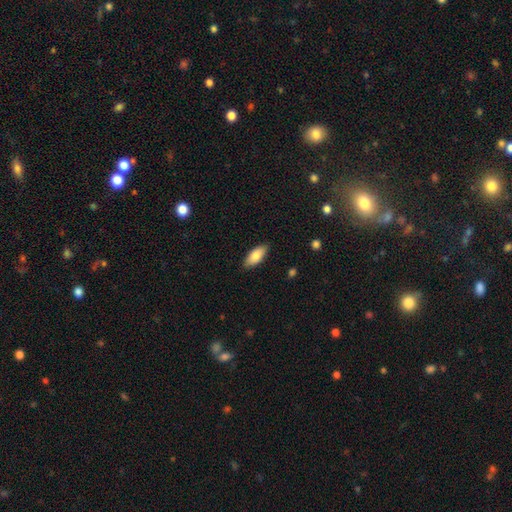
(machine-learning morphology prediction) smooth 83%, featured or disk 11%, star or artifact 6%. Down the decision tree: how rounded — in between (85%); merging — none (86%).